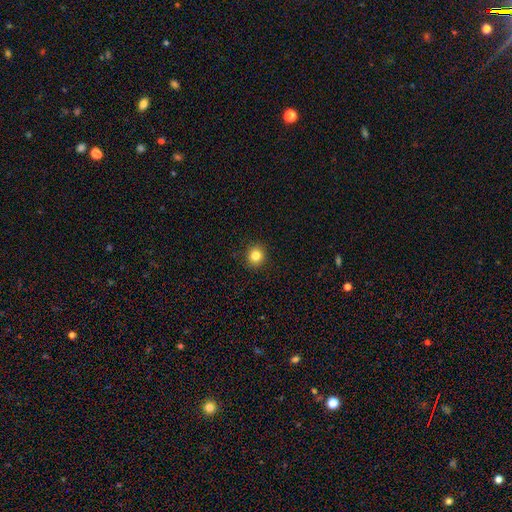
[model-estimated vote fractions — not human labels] Smooth or featured? smooth (83%)
How rounded? round (87%)
Merging? none (91%)